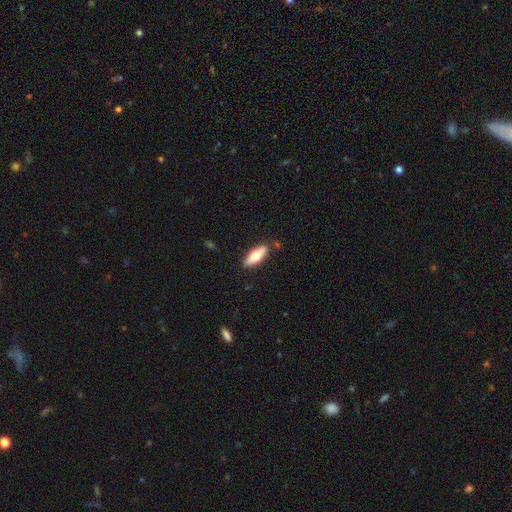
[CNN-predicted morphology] Smooth or featured?
  - smooth: 64% *
  - featured or disk: 30%
  - star or artifact: 6%
How rounded?
  - in between: 65% *
  - cigar-shaped: 33%
  - round: 2%
Merging?
  - none: 85% *
  - minor disturbance: 10%
  - merger: 3%
  - major disturbance: 2%